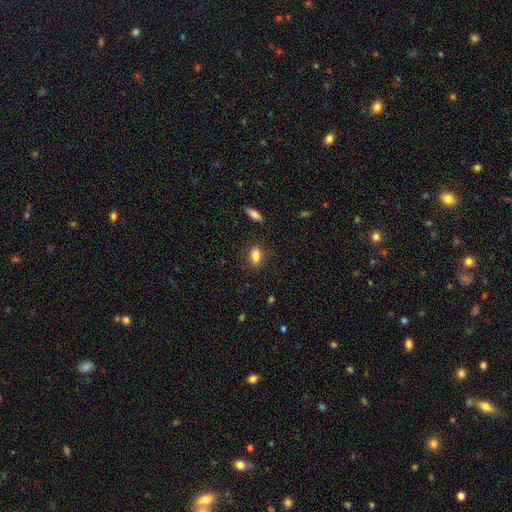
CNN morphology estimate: Overall: smooth (84%). How rounded: in between (82%). Merging: none (85%).